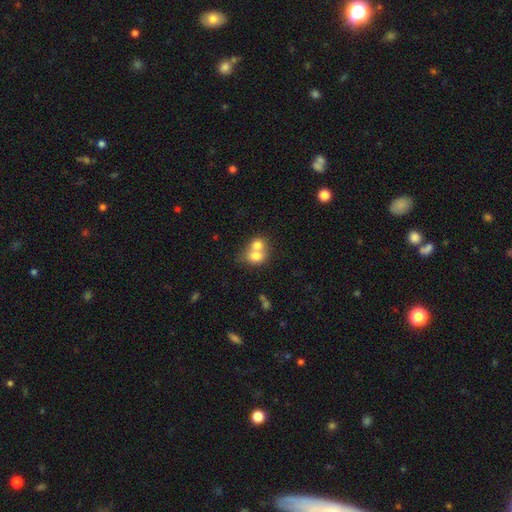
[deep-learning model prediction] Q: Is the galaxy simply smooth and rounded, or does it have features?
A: smooth — 72%.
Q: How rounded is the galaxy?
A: round — 56%.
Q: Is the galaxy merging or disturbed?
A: merger — 71%.